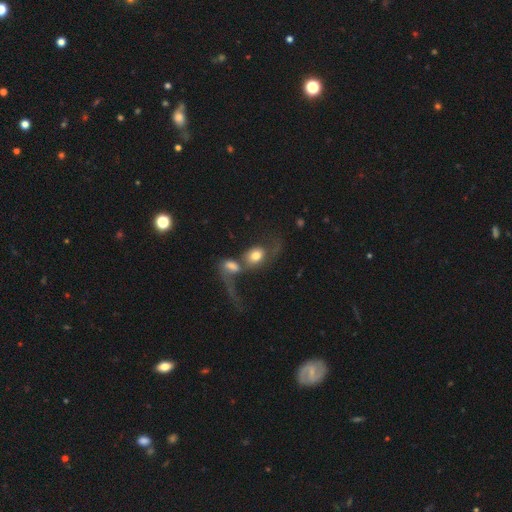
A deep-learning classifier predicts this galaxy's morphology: smooth_or_featured: smooth (p=0.59) [alt: featured or disk p=0.32]
how_rounded: in between (p=0.63) [alt: round p=0.35]
merging: merger (p=0.67) [alt: major disturbance p=0.17]